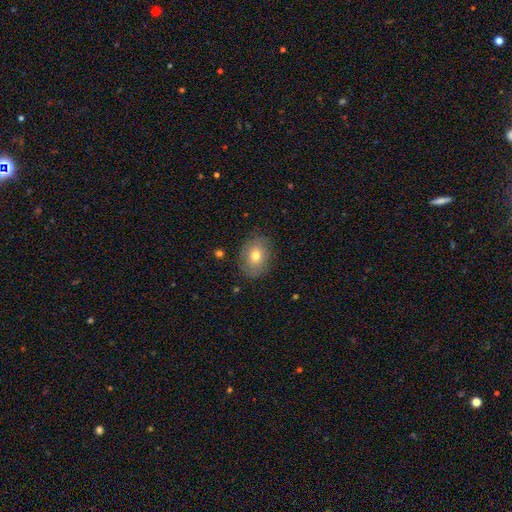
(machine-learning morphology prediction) type=smooth (71%); roundness=in between (63%); merging=none (83%).